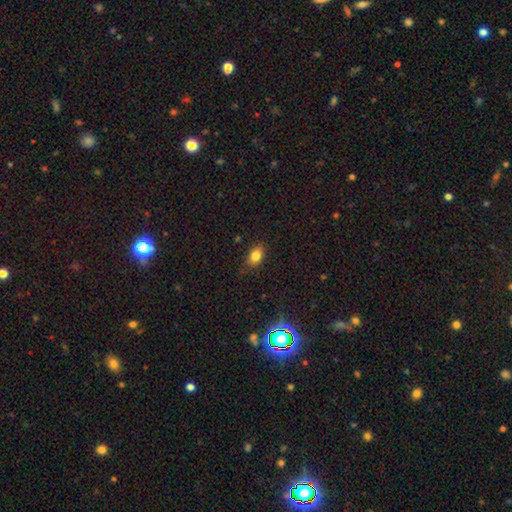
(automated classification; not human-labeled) smooth-or-featured: smooth: 80% | star or artifact: 12% | featured or disk: 8%
  how-rounded: in between: 81% | round: 16% | cigar-shaped: 3%
  merging: none: 81% | minor disturbance: 15% | major disturbance: 3% | merger: 1%